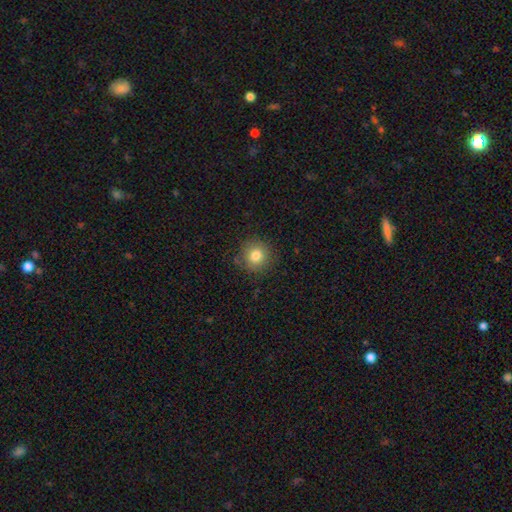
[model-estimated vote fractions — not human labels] smooth 81%, star or artifact 11%, featured or disk 8%. Down the decision tree: how rounded — round (92%); merging — none (84%).